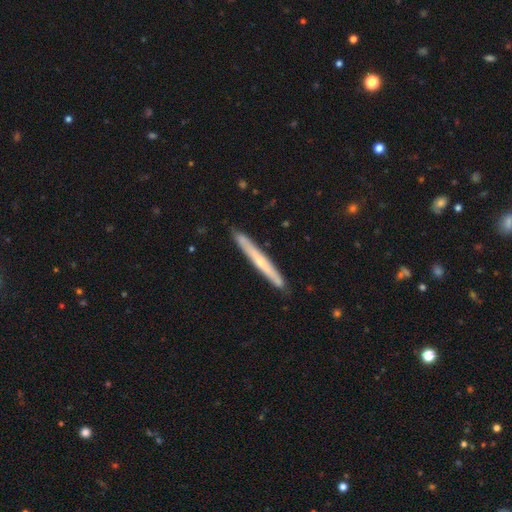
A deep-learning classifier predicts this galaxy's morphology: smooth-or-featured: featured or disk: 56% | smooth: 38% | star or artifact: 6%
  disk-edge-on: yes: 95% | no: 5%
    edge-on-bulge: none: 49% | rounded: 47% | boxy: 4%
  merging: none: 90% | minor disturbance: 8% | major disturbance: 1% | merger: 1%